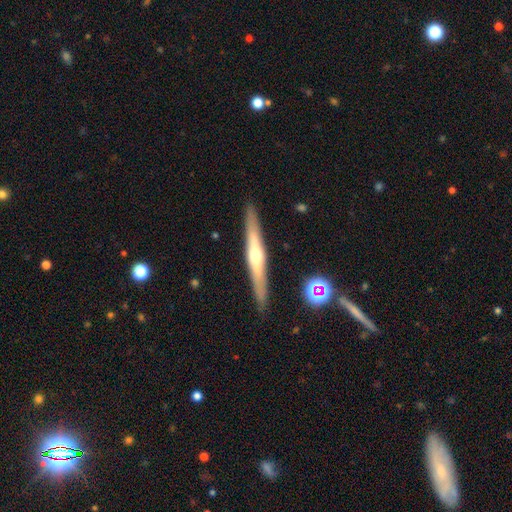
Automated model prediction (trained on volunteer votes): Smooth or featured: featured or disk — 65% (smooth — 28%)
Edge-on disk: yes — 96% (no — 4%)
Edge-on bulge: rounded — 83% (none — 11%)
Merging: none — 90% (minor disturbance — 7%)